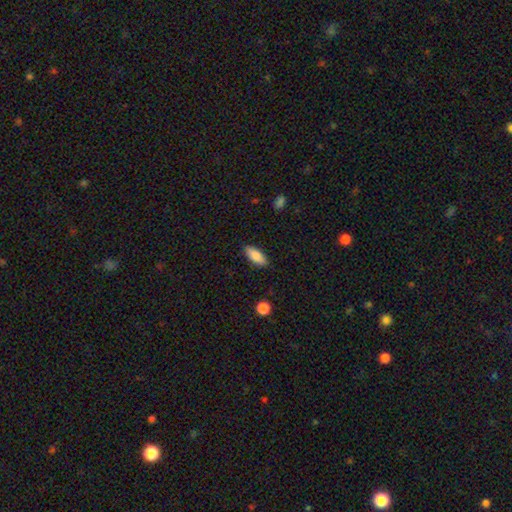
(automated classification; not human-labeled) Overall: smooth (84%). How rounded: in between (77%). Merging: none (87%).